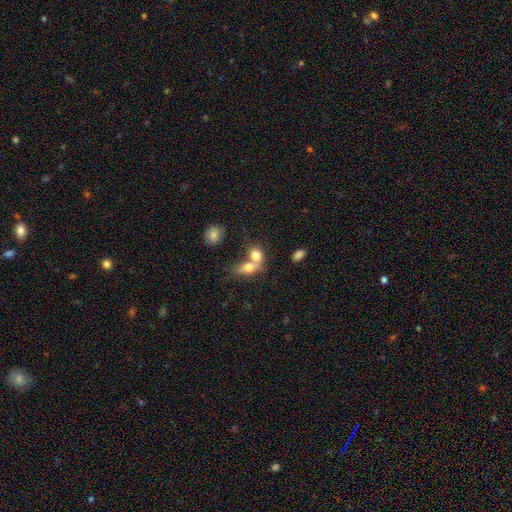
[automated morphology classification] smooth_or_featured: smooth (p=0.75) [alt: featured or disk p=0.15]
how_rounded: in between (p=0.55) [alt: round p=0.42]
merging: merger (p=0.70) [alt: none p=0.20]